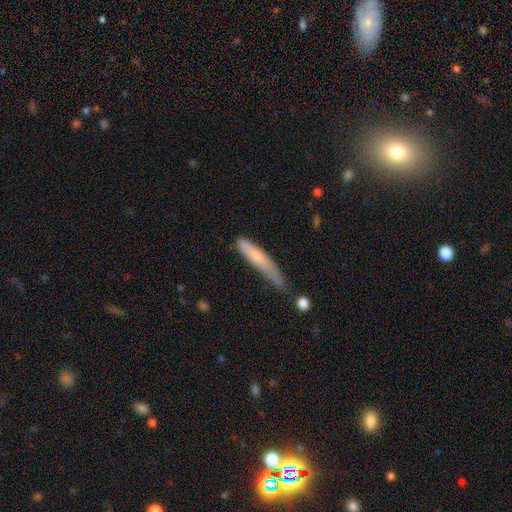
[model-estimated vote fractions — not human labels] A smooth galaxy with no disk features (68%) that is cigar-shaped (89%). Merging: none (41%).